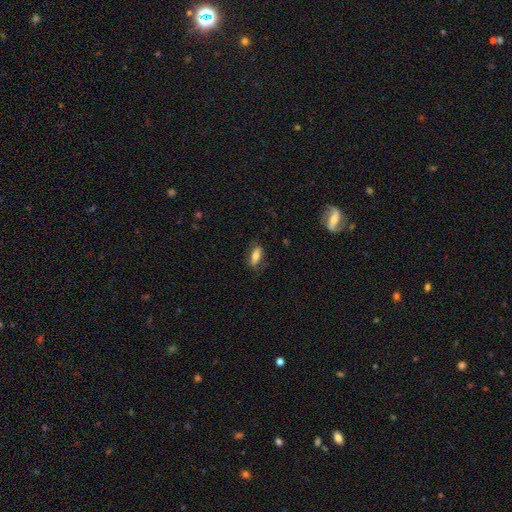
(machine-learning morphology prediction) Smooth or featured? smooth (69%)
How rounded? in between (70%)
Merging? none (72%)